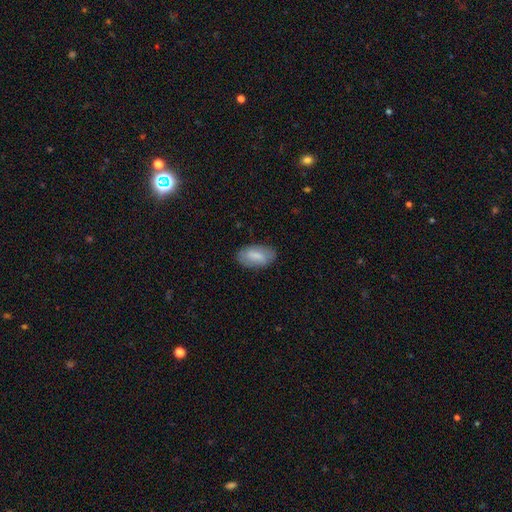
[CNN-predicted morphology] smooth-or-featured: smooth: 72% | featured or disk: 22% | star or artifact: 6%
  how-rounded: in between: 93% | cigar-shaped: 4% | round: 3%
  merging: none: 81% | minor disturbance: 14% | major disturbance: 4% | merger: 1%